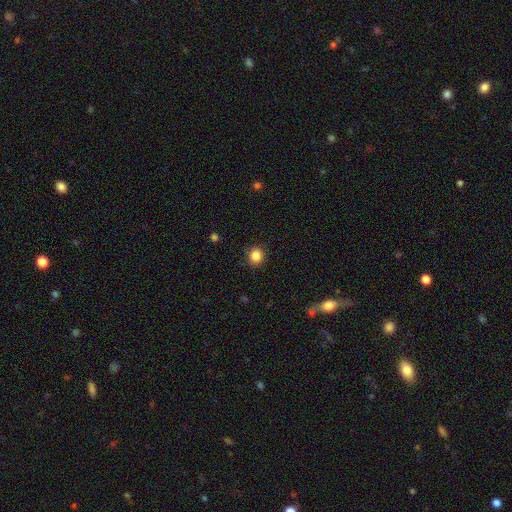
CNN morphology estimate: Smooth or featured? smooth (85%)
How rounded? round (87%)
Merging? none (89%)